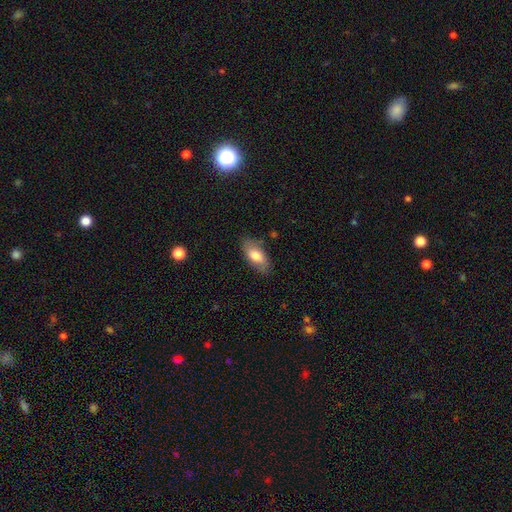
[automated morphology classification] smooth-or-featured: smooth: 76% | featured or disk: 18% | star or artifact: 6%
  how-rounded: in between: 89% | cigar-shaped: 8% | round: 3%
  merging: none: 78% | minor disturbance: 16% | major disturbance: 4% | merger: 2%